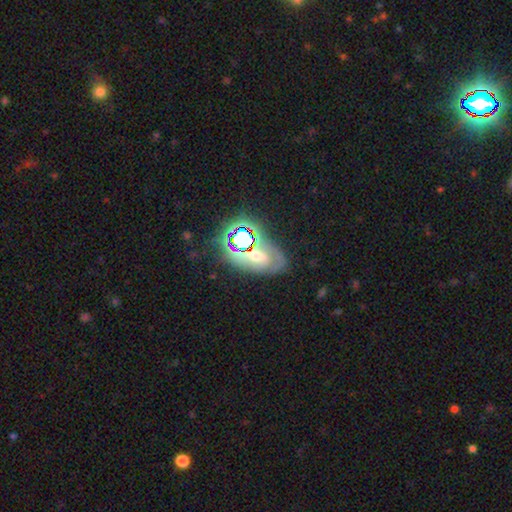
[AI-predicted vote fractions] smooth-or-featured: star or artifact: 36% (tied) | featured or disk: 36% (tied) | smooth: 28%